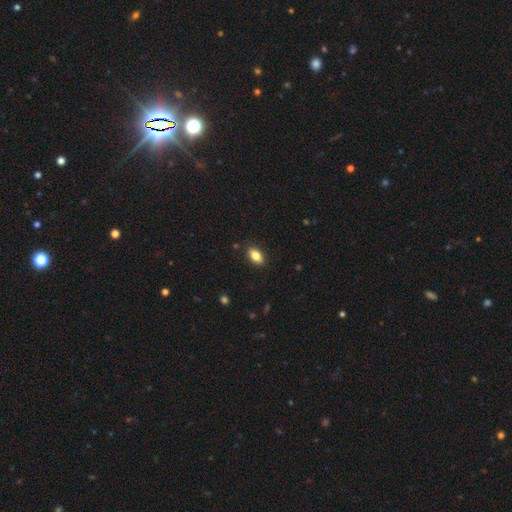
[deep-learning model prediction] Q: Smooth or featured?
A: smooth (83%); runner-up: star or artifact (8%)
Q: How rounded?
A: in between (90%); runner-up: round (6%)
Q: Merging?
A: none (88%); runner-up: minor disturbance (9%)